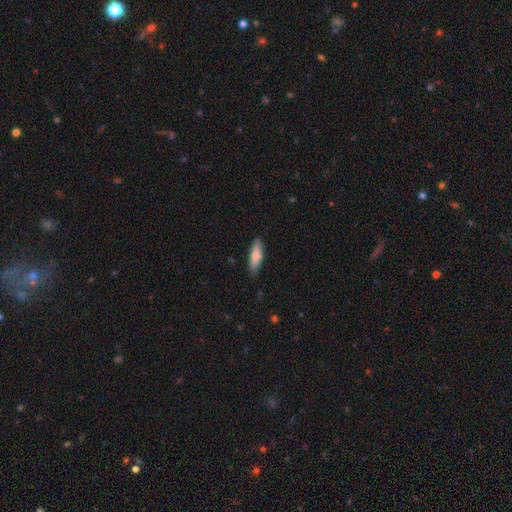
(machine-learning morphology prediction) Smooth or featured?
  - smooth: 81% *
  - featured or disk: 14%
  - star or artifact: 6%
How rounded?
  - cigar-shaped: 62% *
  - in between: 37%
  - round: 2%
Merging?
  - none: 83% *
  - minor disturbance: 13%
  - major disturbance: 2%
  - merger: 1%